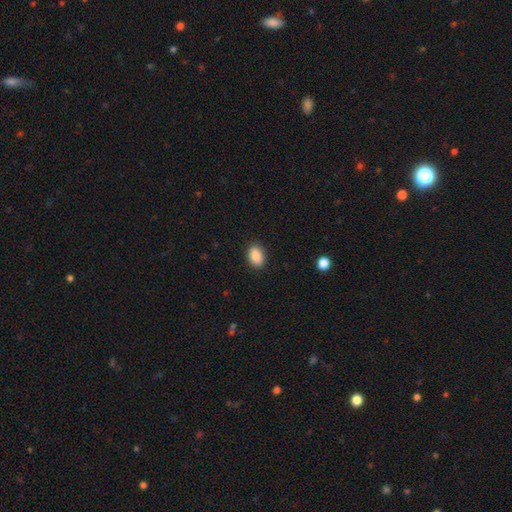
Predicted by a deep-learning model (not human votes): smooth-or-featured: smooth: 89% | star or artifact: 8% | featured or disk: 3%
  how-rounded: in between: 85% | round: 14% | cigar-shaped: 1%
  merging: none: 88% | minor disturbance: 8% | major disturbance: 2% | merger: 1%